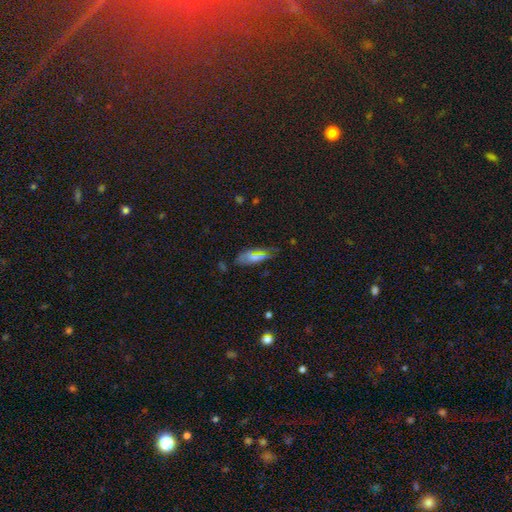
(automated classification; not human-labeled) Smooth or featured: smooth — 58% (star or artifact — 24%)
How rounded: in between — 78% (cigar-shaped — 16%)
Merging: none — 64% (minor disturbance — 22%)